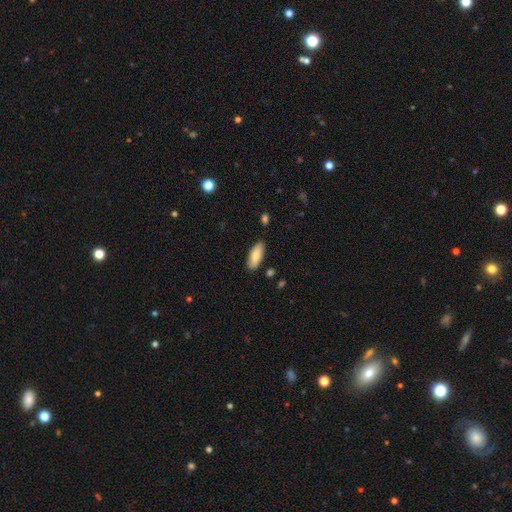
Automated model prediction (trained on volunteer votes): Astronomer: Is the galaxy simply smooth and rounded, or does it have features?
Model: smooth — 79%.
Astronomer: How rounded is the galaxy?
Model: in between — 75%.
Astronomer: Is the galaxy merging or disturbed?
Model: none — 83%.